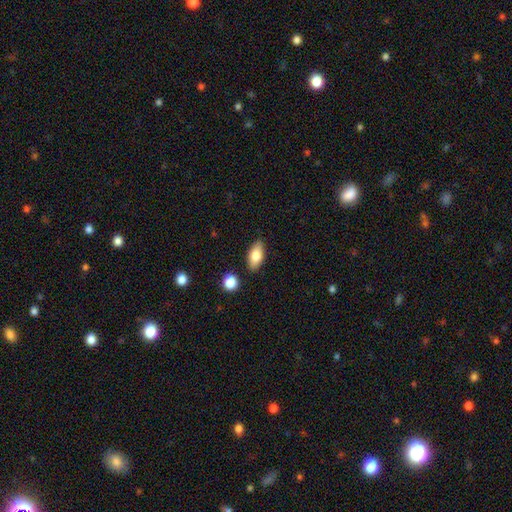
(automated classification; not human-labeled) smooth_or_featured: smooth (p=0.77) [alt: featured or disk p=0.15]
how_rounded: in between (p=0.88) [alt: cigar-shaped p=0.08]
merging: none (p=0.85) [alt: minor disturbance p=0.10]